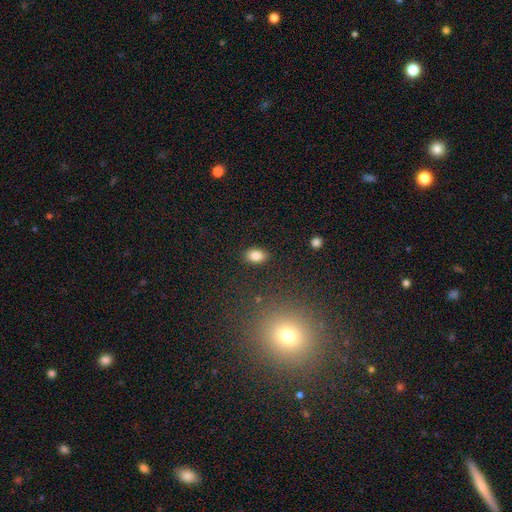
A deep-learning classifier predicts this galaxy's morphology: Q: Smooth or featured?
A: smooth (84%); runner-up: star or artifact (9%)
Q: How rounded?
A: in between (87%); runner-up: round (12%)
Q: Merging?
A: none (87%); runner-up: minor disturbance (9%)